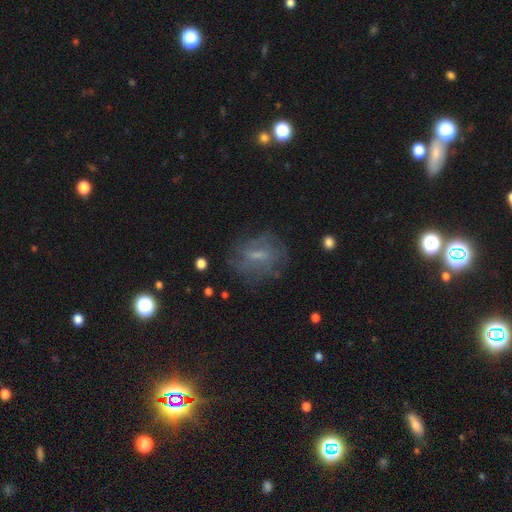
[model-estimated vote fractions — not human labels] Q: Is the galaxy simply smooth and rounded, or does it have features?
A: featured or disk — 50%.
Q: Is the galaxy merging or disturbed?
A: none — 68%.